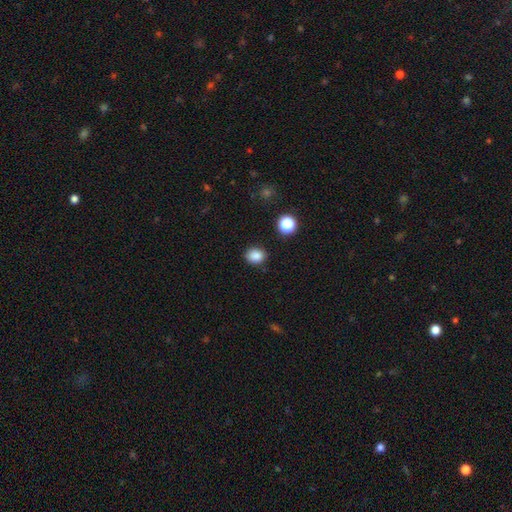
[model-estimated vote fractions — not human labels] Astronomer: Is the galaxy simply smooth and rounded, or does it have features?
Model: smooth — 85%.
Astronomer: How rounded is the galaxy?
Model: round — 58% (runner-up: in between, 41%).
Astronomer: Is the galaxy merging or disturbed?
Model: none — 86%.